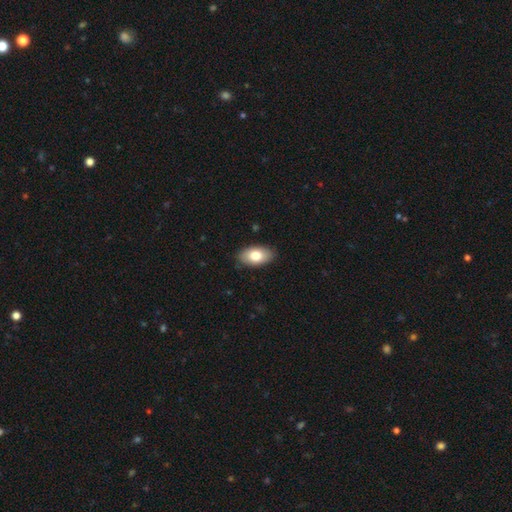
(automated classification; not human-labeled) smooth-or-featured: smooth: 78% | featured or disk: 15% | star or artifact: 6%
  how-rounded: in between: 94% | round: 4% | cigar-shaped: 2%
  merging: none: 87% | minor disturbance: 10% | major disturbance: 2% | merger: 1%